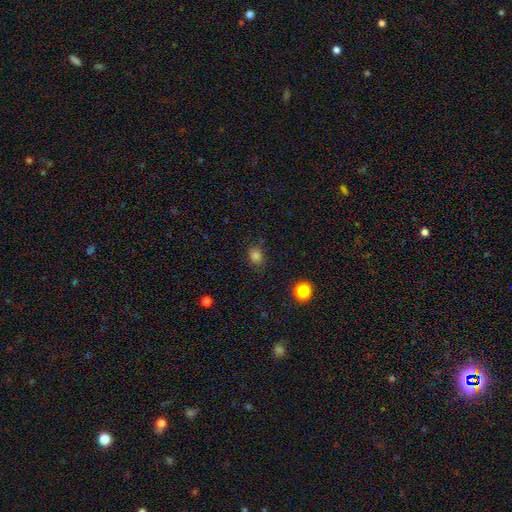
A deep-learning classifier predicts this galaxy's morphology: Overall: smooth (81%). How rounded: in between (53%; round 46%). Merging: none (78%).